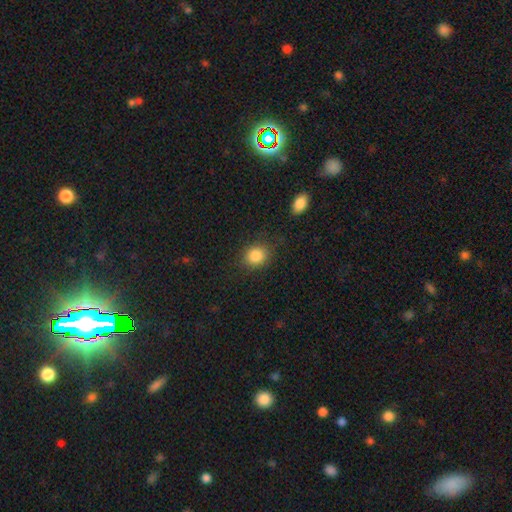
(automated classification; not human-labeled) smooth-or-featured: smooth: 86% | star or artifact: 9% | featured or disk: 5%
  how-rounded: round: 65% | in between: 34% | cigar-shaped: 1%
  merging: none: 83% | minor disturbance: 11% | major disturbance: 4% | merger: 2%